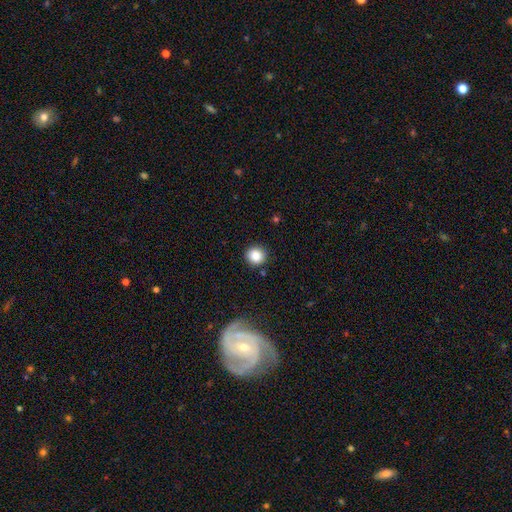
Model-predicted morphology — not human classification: smooth-or-featured: smooth: 85% | star or artifact: 11% | featured or disk: 5%
  how-rounded: round: 90% | in between: 9% | cigar-shaped: 1%
  merging: none: 89% | minor disturbance: 7% | major disturbance: 2% | merger: 2%